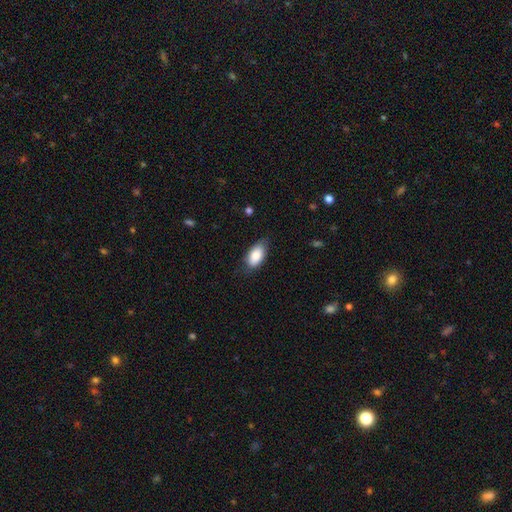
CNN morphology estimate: smooth_or_featured: smooth (p=0.85) [alt: featured or disk p=0.09]
how_rounded: in between (p=0.93) [alt: round p=0.04]
merging: none (p=0.71) [alt: minor disturbance p=0.24]